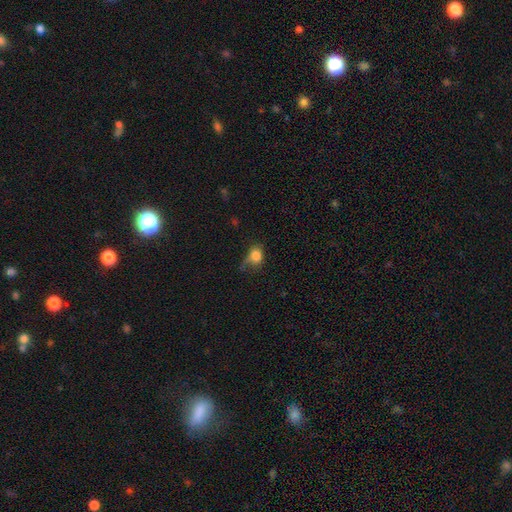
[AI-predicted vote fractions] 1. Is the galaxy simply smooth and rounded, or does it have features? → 81% smooth, 10% star or artifact, 9% featured or disk.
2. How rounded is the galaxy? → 51% in between, 47% round, 1% cigar-shaped.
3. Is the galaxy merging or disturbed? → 39% none, 36% minor disturbance, 22% major disturbance, 3% merger.